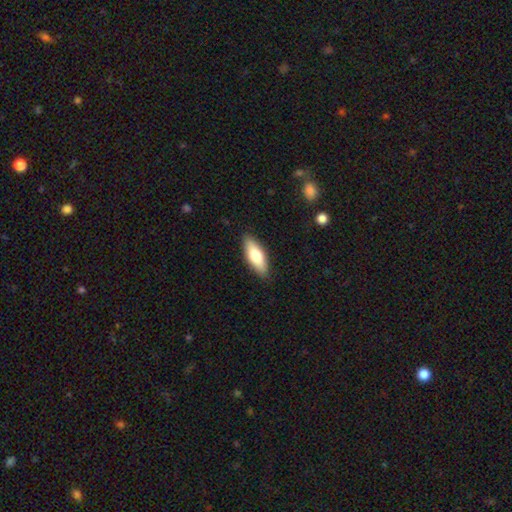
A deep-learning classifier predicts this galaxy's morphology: type=smooth (73%); roundness=in between (66%); merging=none (87%).